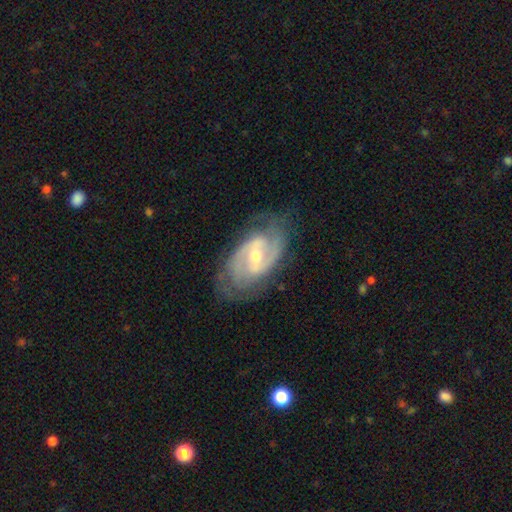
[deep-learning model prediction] Q: Smooth or featured?
A: featured or disk (89%); runner-up: smooth (6%)
Q: Edge-on disk?
A: no (96%); runner-up: yes (4%)
Q: Bar?
A: weak (49%); runner-up: strong (27%)
Q: Spiral arms?
A: yes (96%); runner-up: no (4%)
Q: Spiral winding?
A: medium (45%); runner-up: tight (44%)
Q: Spiral arm count?
A: 2 (70%); runner-up: can't tell (12%)
Q: Bulge size?
A: moderate (49%); runner-up: small (48%)
Q: Merging?
A: none (73%); runner-up: minor disturbance (18%)